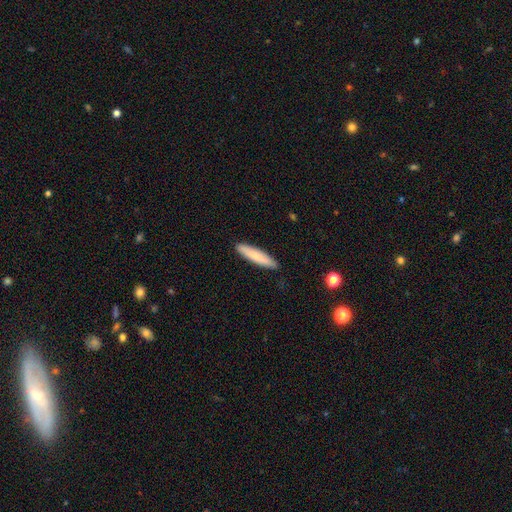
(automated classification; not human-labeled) Smooth or featured? Predicted: smooth (p=0.80). How rounded? Predicted: cigar-shaped (p=0.84). Merging? Predicted: none (p=0.88).